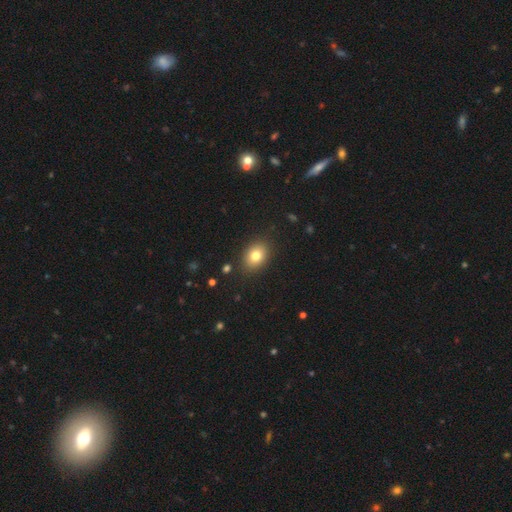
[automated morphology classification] smooth-or-featured: smooth: 79% | featured or disk: 11% | star or artifact: 10%
  how-rounded: in between: 67% | round: 32% | cigar-shaped: 1%
  merging: none: 87% | minor disturbance: 9% | major disturbance: 3% | merger: 2%